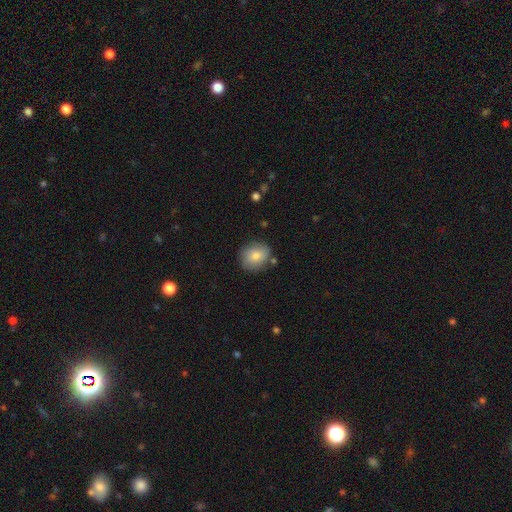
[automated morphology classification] This is likely a smooth galaxy (80%). How rounded: likely round (61%). Merging: likely none (78%).